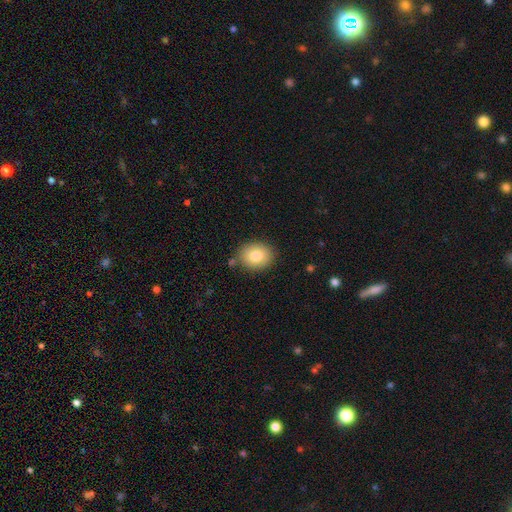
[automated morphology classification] Smooth or featured? smooth (81%)
How rounded? round (51%)
Merging? none (83%)